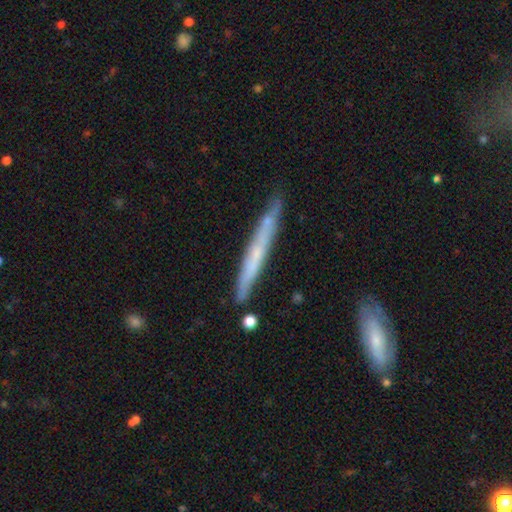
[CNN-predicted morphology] This is possibly a featured or disk galaxy (50%). Merging: likely none (80%).